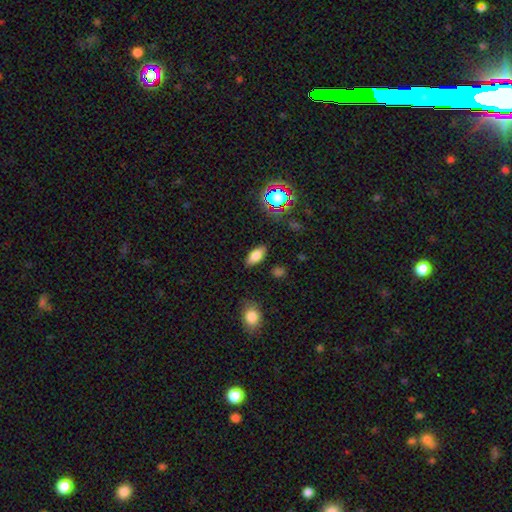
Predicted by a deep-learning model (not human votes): Smooth or featured?
  - smooth: 76% *
  - featured or disk: 14%
  - star or artifact: 11%
How rounded?
  - in between: 85% *
  - cigar-shaped: 11%
  - round: 4%
Merging?
  - none: 86% *
  - minor disturbance: 10%
  - major disturbance: 3%
  - merger: 2%